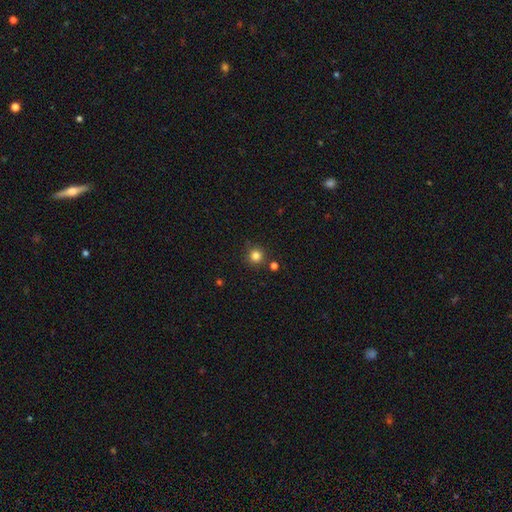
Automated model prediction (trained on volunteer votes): smooth 82%, star or artifact 13%, featured or disk 5%. Down the decision tree: how rounded — round (95%); merging — none (84%).